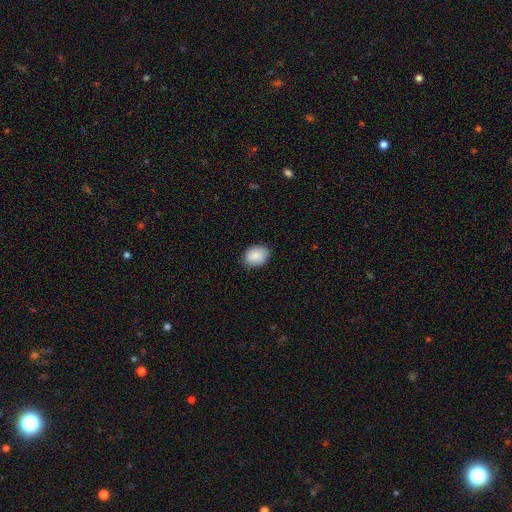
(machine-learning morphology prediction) Overall: smooth (88%). How rounded: in between (64%; round 35%). Merging: none (83%).